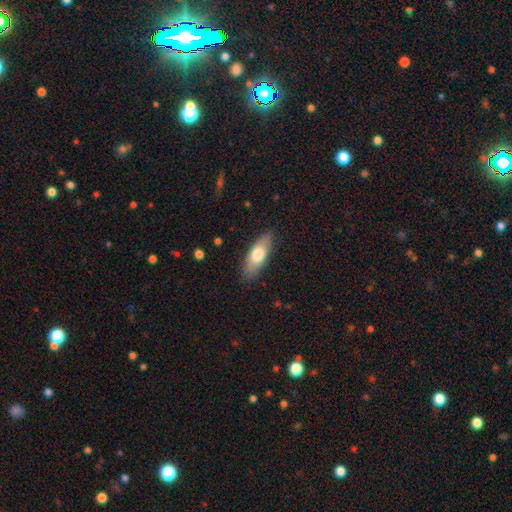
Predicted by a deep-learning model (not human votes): Q: Smooth or featured?
A: smooth (70%); runner-up: featured or disk (25%)
Q: How rounded?
A: in between (67%); runner-up: cigar-shaped (31%)
Q: Merging?
A: none (85%); runner-up: minor disturbance (11%)